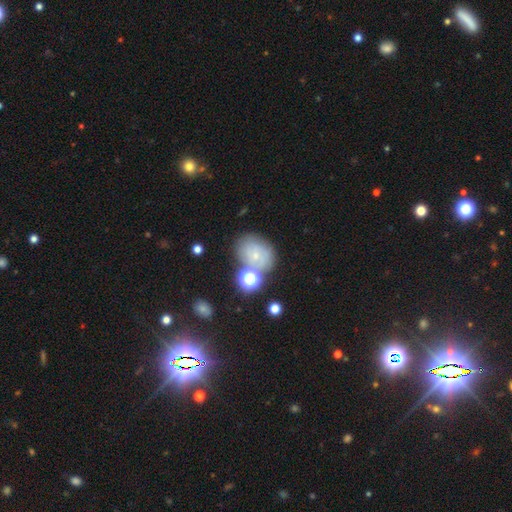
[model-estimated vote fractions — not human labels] Q: Smooth or featured?
A: smooth (52%); runner-up: featured or disk (30%)
Q: How rounded?
A: round (56%); runner-up: in between (43%)
Q: Merging?
A: none (55%); runner-up: merger (19%)